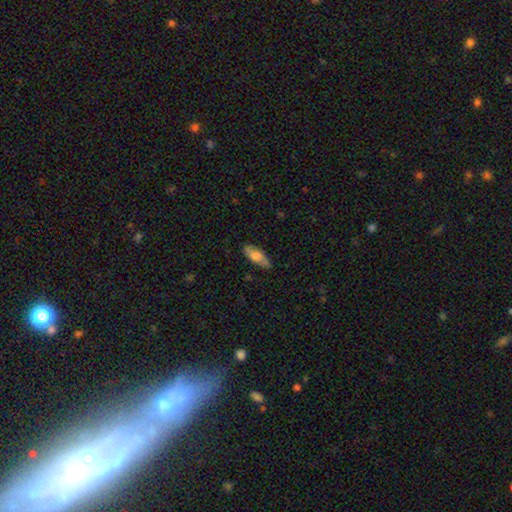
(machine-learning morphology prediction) This is possibly a smooth galaxy (60%). How rounded: likely in between (72%). Merging: likely none (77%).